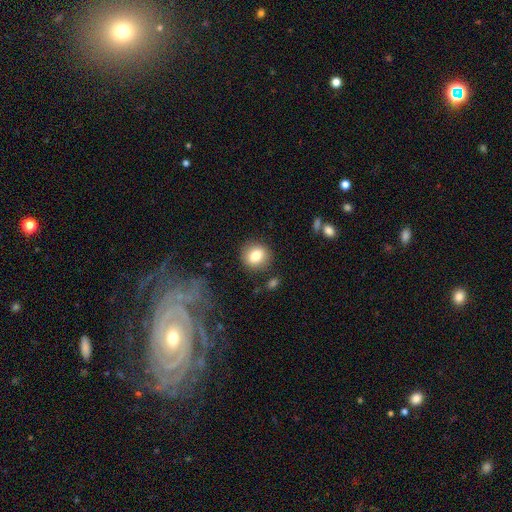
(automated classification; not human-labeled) The model was most divided on "how rounded": round: 80%, in between: 19%, cigar-shaped: 1%. More confident: merging — none (86%); smooth or featured — smooth (81%).